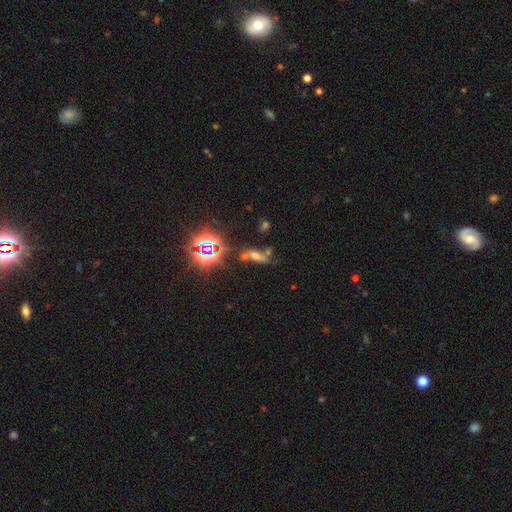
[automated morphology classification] A star or artifact, not a galaxy (47%).